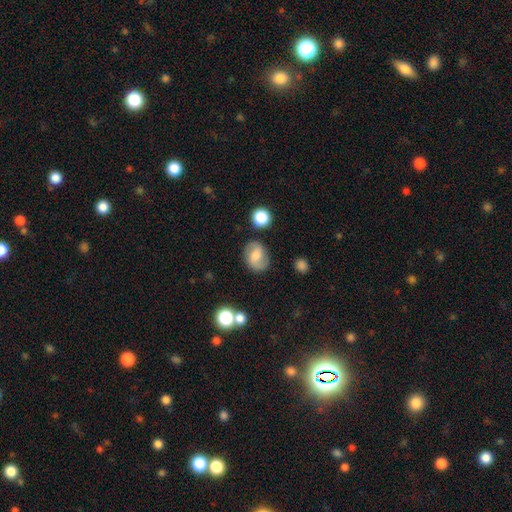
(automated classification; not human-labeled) This is possibly a featured or disk galaxy (52%). It is clearly not viewed edge-on (97%). Bar: possibly weak (47%). Spiral arm pattern: clearly yes (87%). Central bulge: possibly moderate (53%). Merging: likely none (79%).